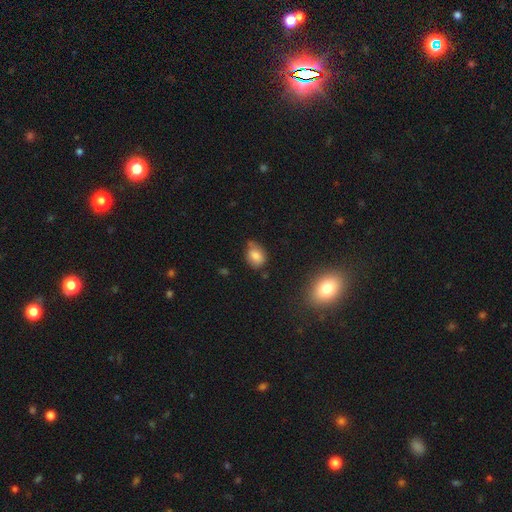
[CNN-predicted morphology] Q: Smooth or featured?
A: smooth (80%); runner-up: star or artifact (11%)
Q: How rounded?
A: in between (63%); runner-up: round (36%)
Q: Merging?
A: none (55%); runner-up: minor disturbance (34%)